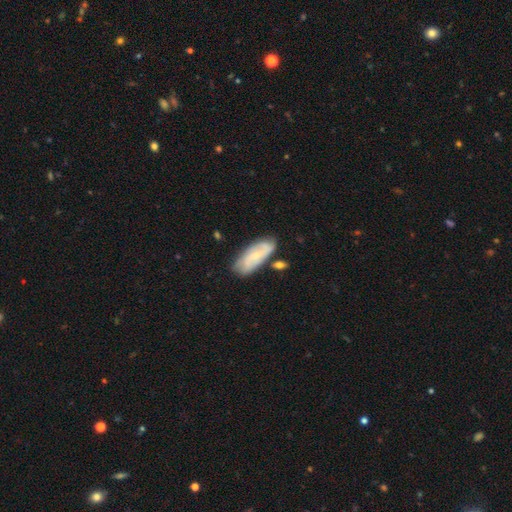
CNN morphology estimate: The model was most divided on "smooth or featured": featured or disk: 56%, smooth: 37%, star or artifact: 7%. More confident: edge-on disk — no (89%); merging — none (71%).